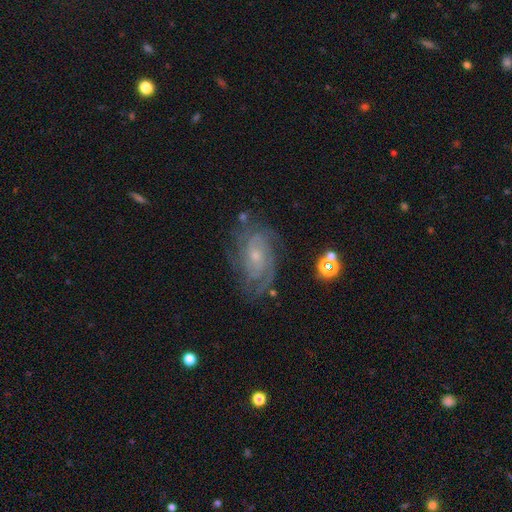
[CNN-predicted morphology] The model was most divided on "spiral arm count": can't tell: 36%, 2: 22%, 3: 18%, 4: 12%, more than 4: 6%, 1: 5%. More confident: edge-on disk — no (96%); spiral arms — yes (95%); smooth or featured — featured or disk (81%); merging — none (74%); bulge size — small (69%); bar — no (67%); spiral winding — tight (62%).